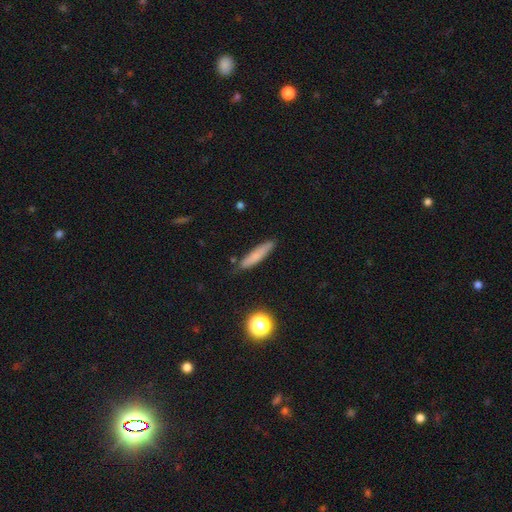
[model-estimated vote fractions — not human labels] smooth-or-featured: smooth: 74% | featured or disk: 17% | star or artifact: 9%
  how-rounded: cigar-shaped: 87% | in between: 11% | round: 2%
  merging: none: 82% | minor disturbance: 14% | major disturbance: 2% | merger: 2%